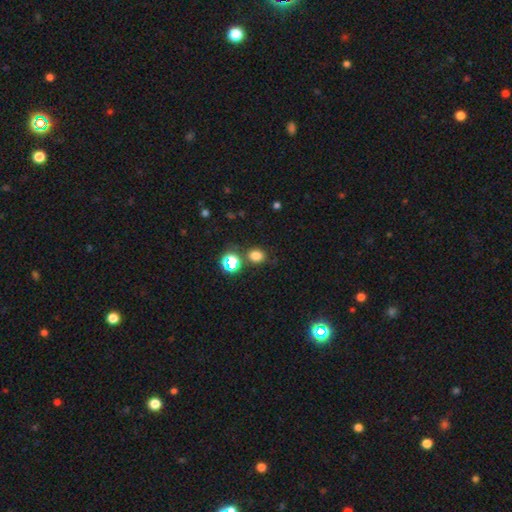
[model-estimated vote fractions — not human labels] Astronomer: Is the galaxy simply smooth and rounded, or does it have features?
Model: smooth — 76%.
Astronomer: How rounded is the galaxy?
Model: round — 58% (runner-up: in between, 41%).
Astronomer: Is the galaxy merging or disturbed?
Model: none — 75%.